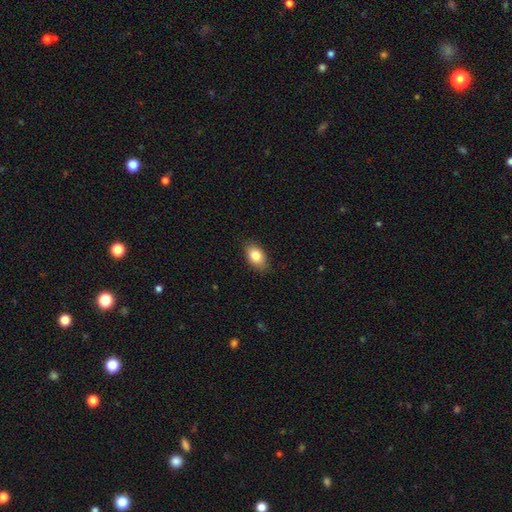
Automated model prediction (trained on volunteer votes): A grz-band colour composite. It shows a smooth galaxy with no disk features (84%) that is in between round and cigar-shaped (88%). Merging: none (84%).